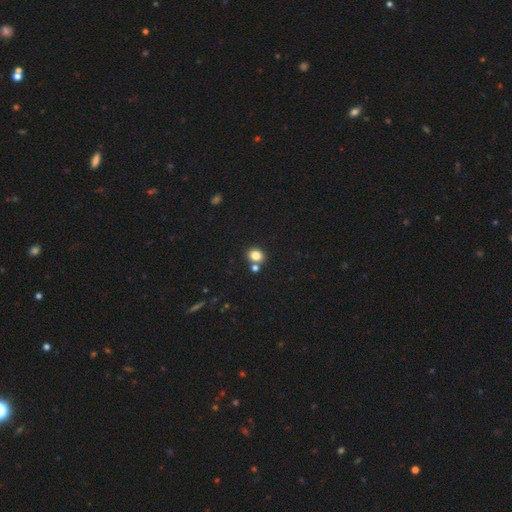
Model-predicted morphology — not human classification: smooth 82%, star or artifact 12%, featured or disk 6%. Down the decision tree: how rounded — round (66%); merging — none (69%).